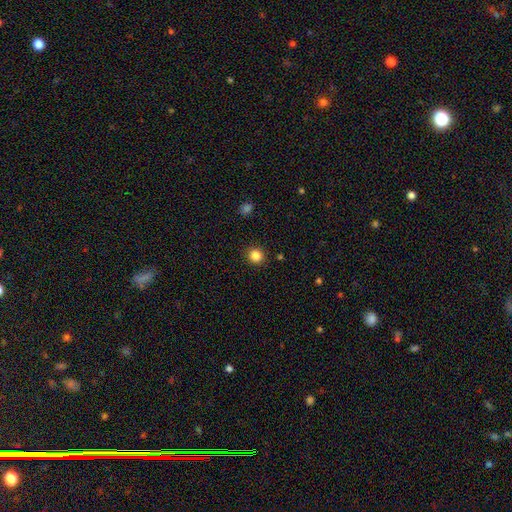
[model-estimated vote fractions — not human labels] Q: Smooth or featured?
A: smooth (84%); runner-up: star or artifact (12%)
Q: How rounded?
A: round (91%); runner-up: in between (8%)
Q: Merging?
A: none (92%); runner-up: minor disturbance (5%)